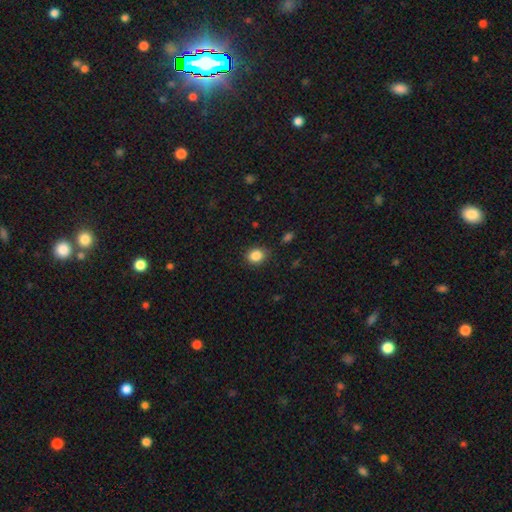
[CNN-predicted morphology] Smooth or featured?
  - smooth: 86% *
  - star or artifact: 10%
  - featured or disk: 4%
How rounded?
  - round: 66% *
  - in between: 33%
  - cigar-shaped: 1%
Merging?
  - none: 83% *
  - minor disturbance: 13%
  - major disturbance: 3%
  - merger: 1%